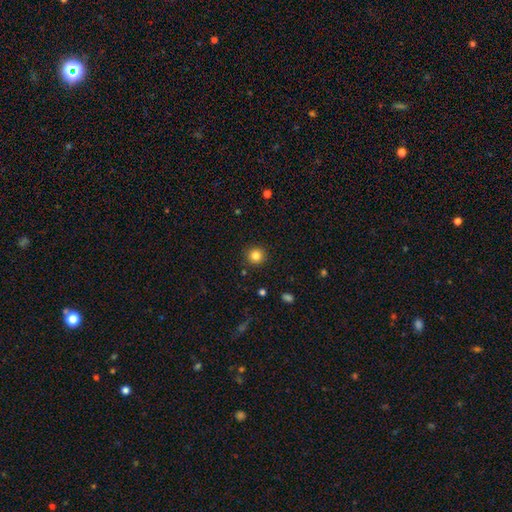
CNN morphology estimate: smooth-or-featured: smooth: 83% | star or artifact: 12% | featured or disk: 5%
  how-rounded: round: 94% | in between: 5% | cigar-shaped: 1%
  merging: none: 91% | minor disturbance: 6% | major disturbance: 2% | merger: 1%